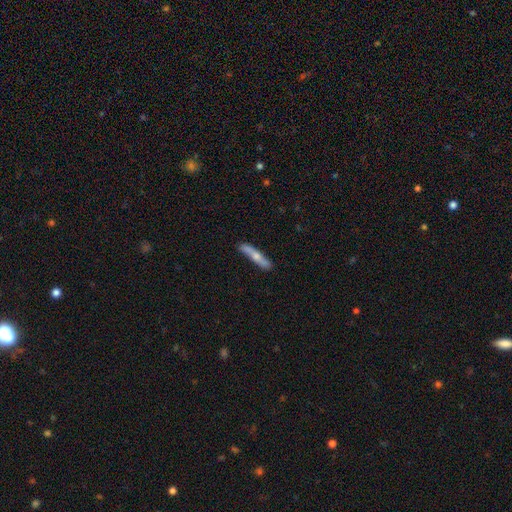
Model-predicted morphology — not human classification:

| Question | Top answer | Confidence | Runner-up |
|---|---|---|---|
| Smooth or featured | smooth | 53% | featured or disk (42%) |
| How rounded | cigar-shaped | 88% | in between (10%) |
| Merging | none | 78% | minor disturbance (17%) |